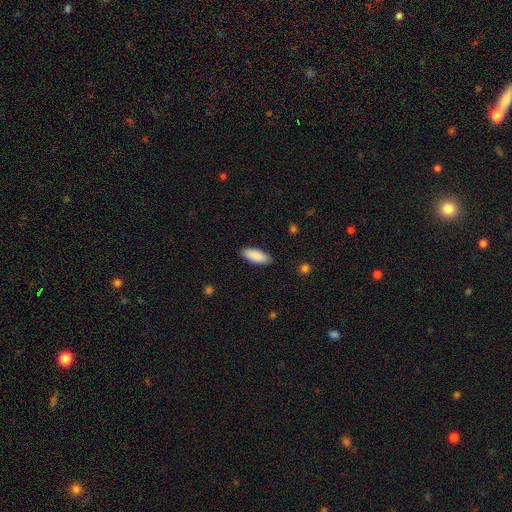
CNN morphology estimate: This appears to be a smooth galaxy with no disk features (89%) that is in between round and cigar-shaped (75%). Merging: none (89%).